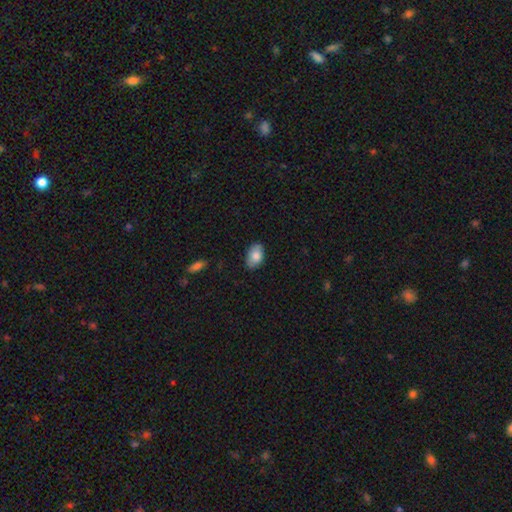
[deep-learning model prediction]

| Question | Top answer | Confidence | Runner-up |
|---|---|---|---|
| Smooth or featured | smooth | 82% | featured or disk (12%) |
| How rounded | in between | 91% | round (8%) |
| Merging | none | 81% | minor disturbance (16%) |